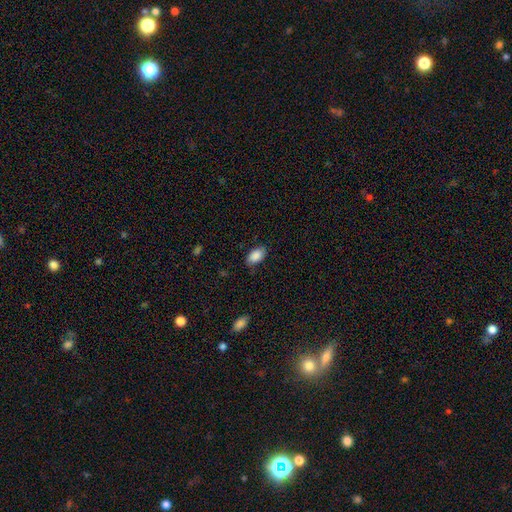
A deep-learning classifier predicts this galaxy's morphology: The model was most divided on "merging": none: 80%, minor disturbance: 16%, major disturbance: 3%, merger: 1%. More confident: how rounded — in between (93%); smooth or featured — smooth (88%).